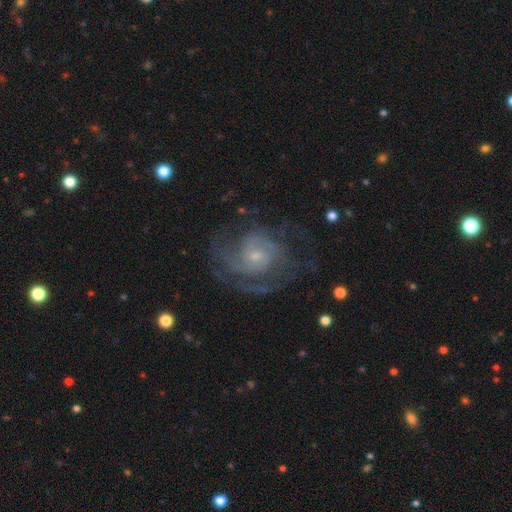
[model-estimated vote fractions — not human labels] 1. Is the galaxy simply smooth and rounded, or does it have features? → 84% featured or disk, 9% smooth, 7% star or artifact.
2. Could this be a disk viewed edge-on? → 98% no, 2% yes.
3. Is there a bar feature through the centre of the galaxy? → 62% no, 33% weak, 5% strong.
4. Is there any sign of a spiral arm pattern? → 94% yes, 6% no.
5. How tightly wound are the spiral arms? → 46% tight, 42% medium, 12% loose.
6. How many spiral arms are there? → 36% 2, 27% can't tell, 19% 3, 7% 1, 6% 4, 5% more than 4.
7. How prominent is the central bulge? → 65% small, 29% moderate, 3% none, 2% large, 1% dominant.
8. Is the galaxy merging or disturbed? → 62% none, 18% minor disturbance, 18% major disturbance, 2% merger.